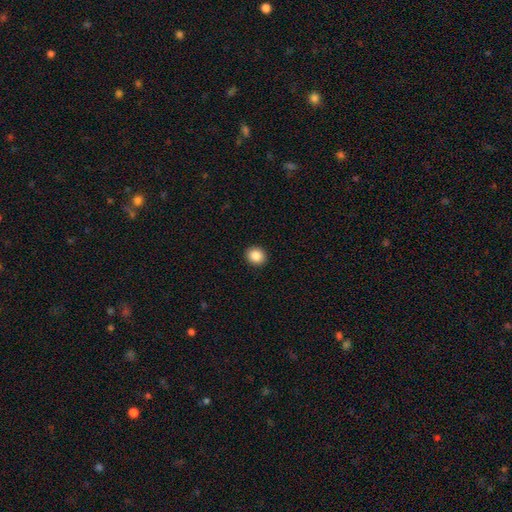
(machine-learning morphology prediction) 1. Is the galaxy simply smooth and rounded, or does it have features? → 87% smooth, 9% star or artifact, 4% featured or disk.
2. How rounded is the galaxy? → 78% round, 21% in between, 1% cigar-shaped.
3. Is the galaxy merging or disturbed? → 93% none, 5% minor disturbance, 1% major disturbance, 1% merger.